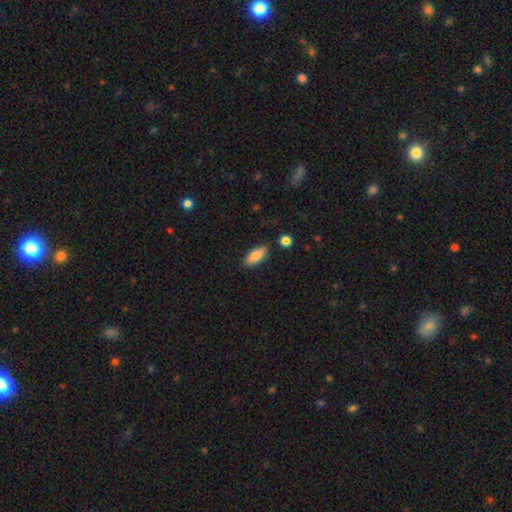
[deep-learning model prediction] This appears to be a smooth galaxy with no disk features (85%) that is in between round and cigar-shaped (83%). Merging: none (83%).